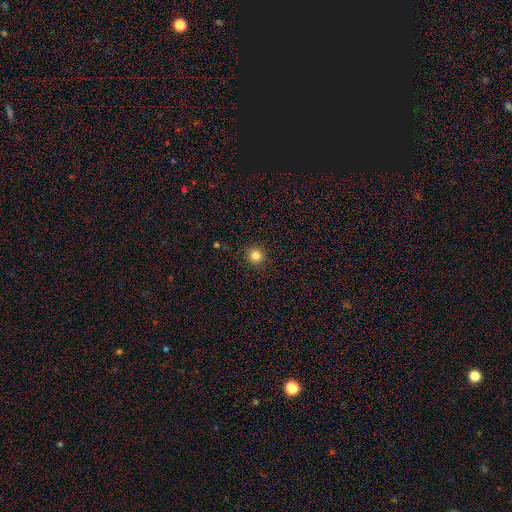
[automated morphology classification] type=smooth (84%); roundness=round (93%); merging=none (91%).